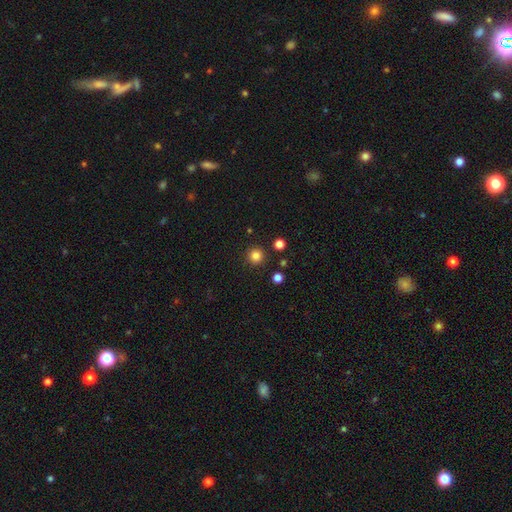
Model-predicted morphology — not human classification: Smooth or featured? Predicted: smooth (p=0.83). How rounded? Predicted: round (p=0.96). Merging? Predicted: none (p=0.91).